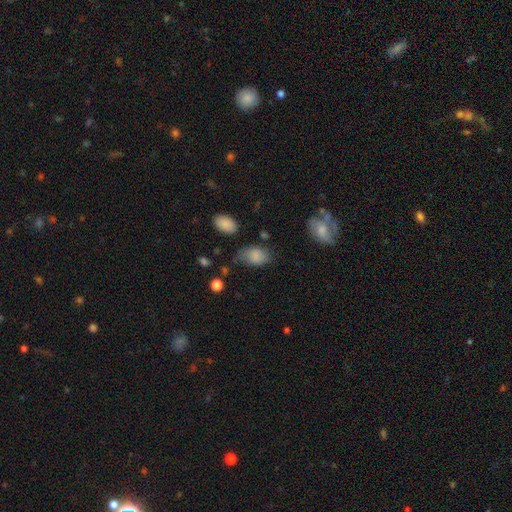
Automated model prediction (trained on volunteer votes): Smooth or featured? Predicted: smooth (p=0.83). How rounded? Predicted: in between (p=0.88). Merging? Predicted: none (p=0.55).